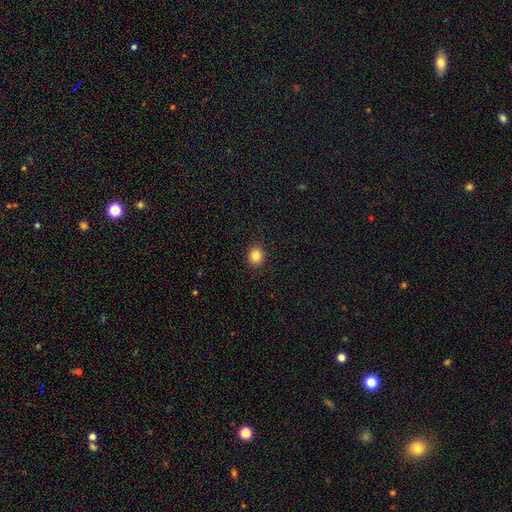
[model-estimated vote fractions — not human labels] Smooth or featured?
  - smooth: 85% *
  - star or artifact: 11%
  - featured or disk: 5%
How rounded?
  - round: 78% *
  - in between: 21%
  - cigar-shaped: 1%
Merging?
  - none: 91% *
  - minor disturbance: 6%
  - major disturbance: 2%
  - merger: 1%